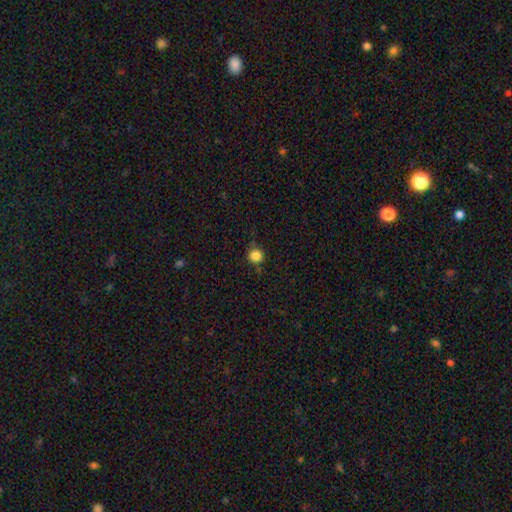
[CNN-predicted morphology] Smooth or featured: smooth — 85% (star or artifact — 12%)
How rounded: round — 93% (in between — 6%)
Merging: none — 82% (minor disturbance — 12%)